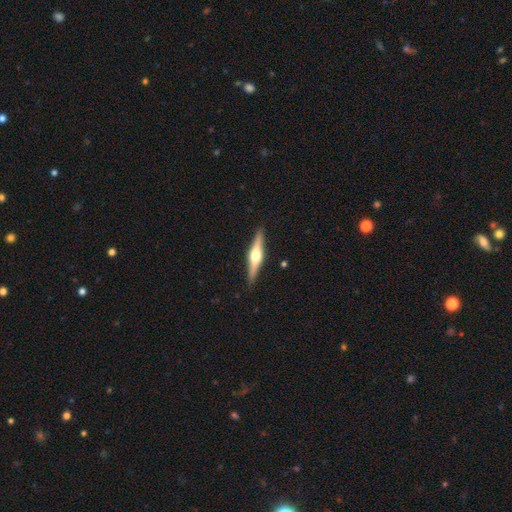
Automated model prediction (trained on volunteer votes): The model was most divided on "smooth or featured": featured or disk: 70%, smooth: 24%, star or artifact: 5%. More confident: edge-on disk — yes (97%); edge-on bulge — rounded (93%); merging — none (90%).